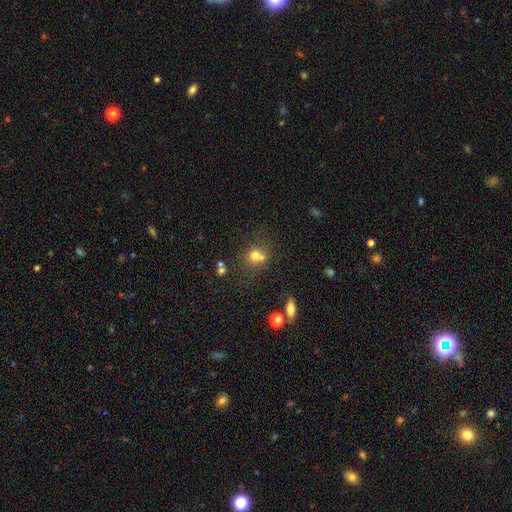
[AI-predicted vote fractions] Smooth or featured: smooth — 69% (star or artifact — 16%)
How rounded: round — 78% (in between — 21%)
Merging: none — 46% (merger — 39%)